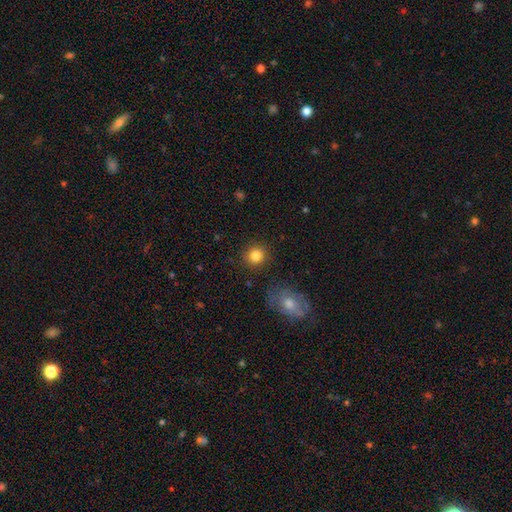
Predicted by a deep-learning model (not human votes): Overall: smooth (85%). How rounded: round (90%). Merging: none (88%).